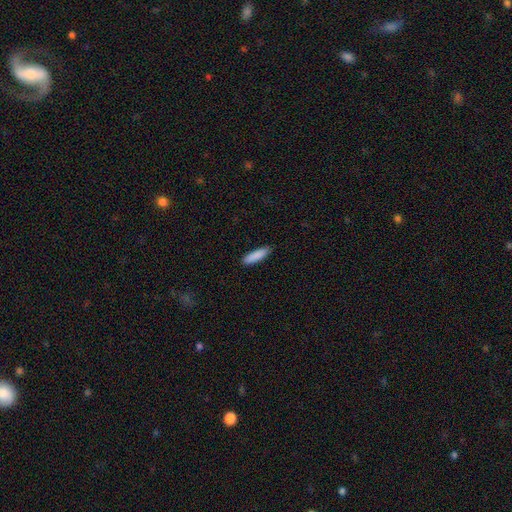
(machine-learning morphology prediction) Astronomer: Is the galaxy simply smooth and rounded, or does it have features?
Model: smooth — 88%.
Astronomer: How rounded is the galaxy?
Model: cigar-shaped — 70%.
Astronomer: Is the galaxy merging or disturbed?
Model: none — 88%.